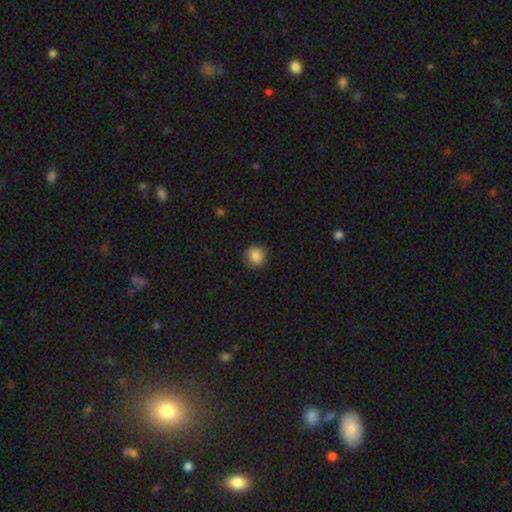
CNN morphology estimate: This appears to be a smooth galaxy with no disk features (85%) that is round (86%). Merging: none (90%).